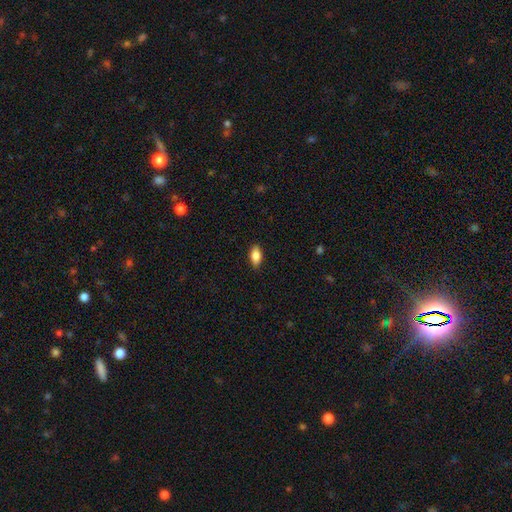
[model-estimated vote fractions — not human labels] This is clearly a smooth galaxy (82%). How rounded: clearly in between (89%). Merging: clearly none (87%).